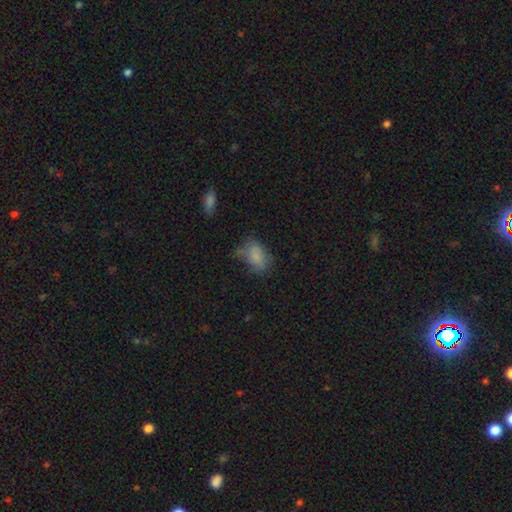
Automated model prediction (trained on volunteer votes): This is likely a smooth galaxy (79%). How rounded: clearly in between (86%). Merging: possibly none (48%).